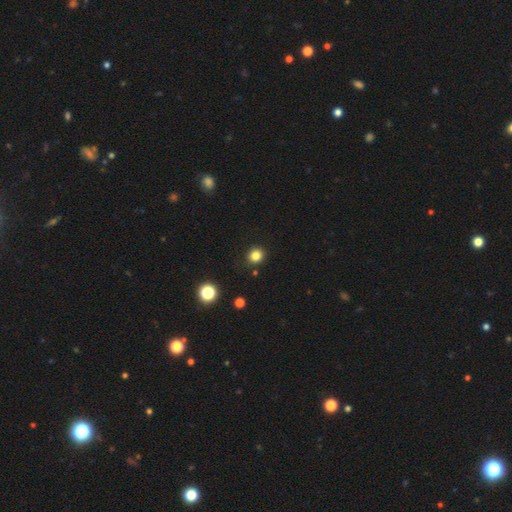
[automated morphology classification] Q: Smooth or featured?
A: smooth (82%); runner-up: star or artifact (13%)
Q: How rounded?
A: round (85%); runner-up: in between (14%)
Q: Merging?
A: none (90%); runner-up: minor disturbance (7%)